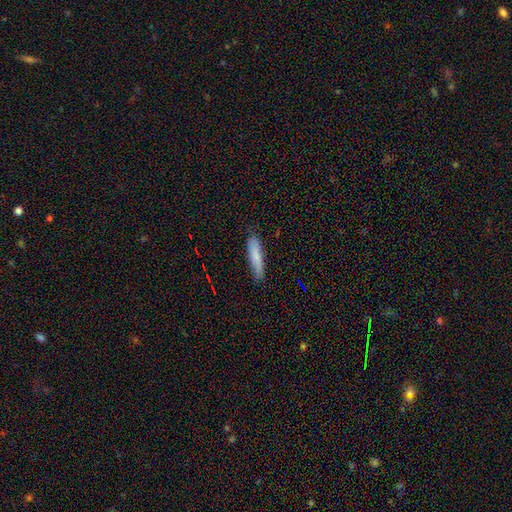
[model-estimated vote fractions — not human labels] Smooth or featured? Predicted: smooth (p=0.79). How rounded? Predicted: cigar-shaped (p=0.83). Merging? Predicted: none (p=0.81).